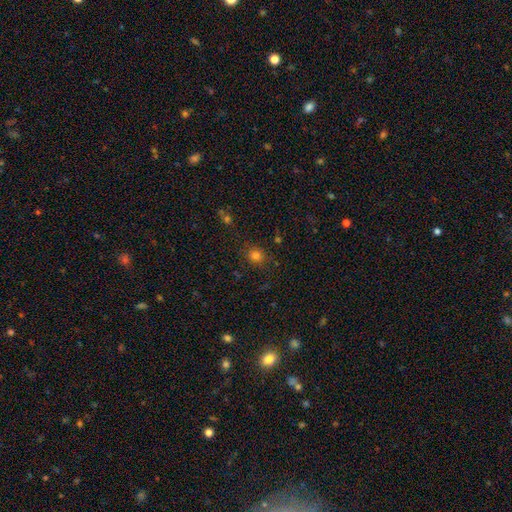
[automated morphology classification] A smooth galaxy with no disk features (78%) that is round (79%).

Vote fractions:
- Smooth or featured? smooth: 78% / star or artifact: 16% / featured or disk: 6%
- How rounded? round: 79% / in between: 20% / cigar-shaped: 1%
- Merging? none: 81% / minor disturbance: 12% / major disturbance: 4% / merger: 3%